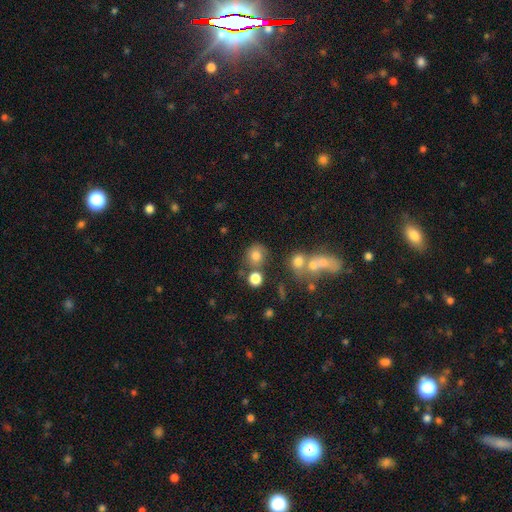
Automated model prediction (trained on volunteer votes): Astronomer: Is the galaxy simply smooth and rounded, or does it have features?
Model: smooth — 75%.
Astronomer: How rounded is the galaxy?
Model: round — 81%.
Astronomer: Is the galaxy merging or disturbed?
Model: none — 62%.